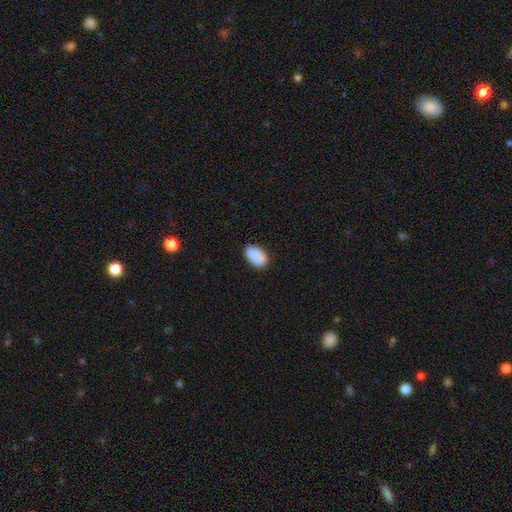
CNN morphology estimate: A smooth galaxy with no disk features (83%) that is in between round and cigar-shaped (92%). Merging: none (78%).